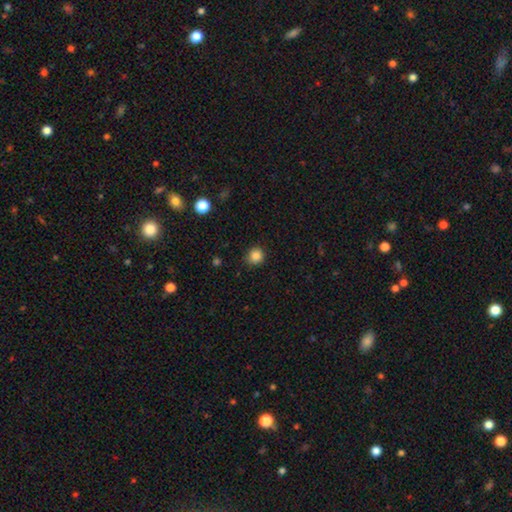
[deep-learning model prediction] Morphology: type=smooth (85%); roundness=round (92%); merging=none (86%).